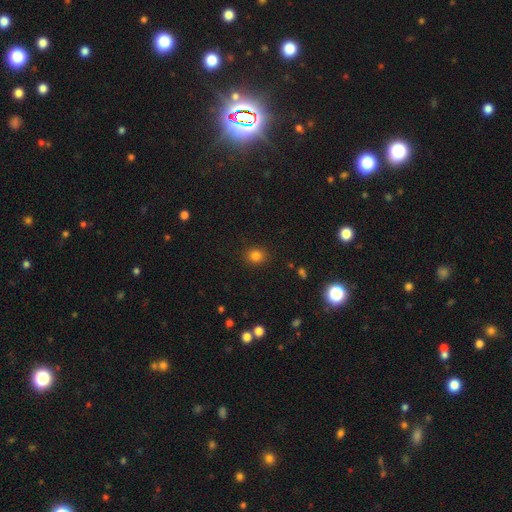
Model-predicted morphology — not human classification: Q: Smooth or featured?
A: smooth (81%); runner-up: star or artifact (14%)
Q: How rounded?
A: round (76%); runner-up: in between (23%)
Q: Merging?
A: none (89%); runner-up: minor disturbance (7%)